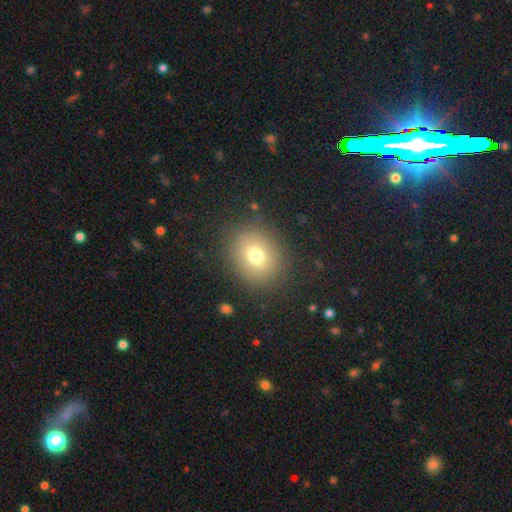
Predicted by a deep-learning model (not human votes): Smooth or featured? Predicted: smooth (p=0.73). How rounded? Predicted: round (p=0.65). Merging? Predicted: none (p=0.85).